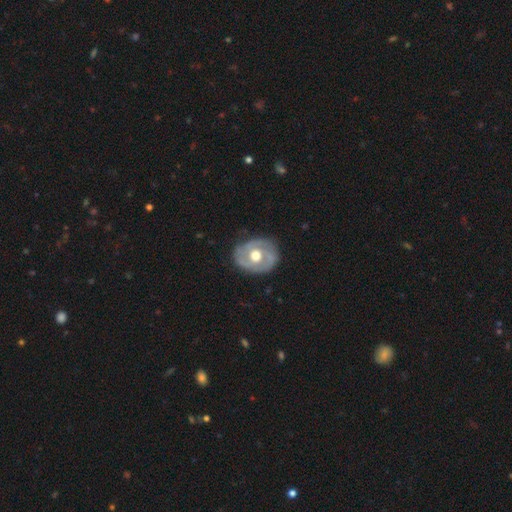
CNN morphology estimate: type=featured or disk (73%); edge-on=no (96%); bar=no (77%); spiral arms=yes (68%); bulge=moderate (72%); merging=none (76%).